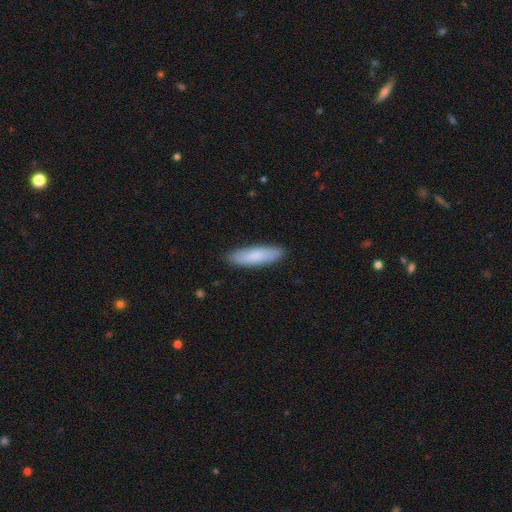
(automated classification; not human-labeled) Morphology: type=smooth (82%); roundness=cigar-shaped (64%); merging=none (87%).